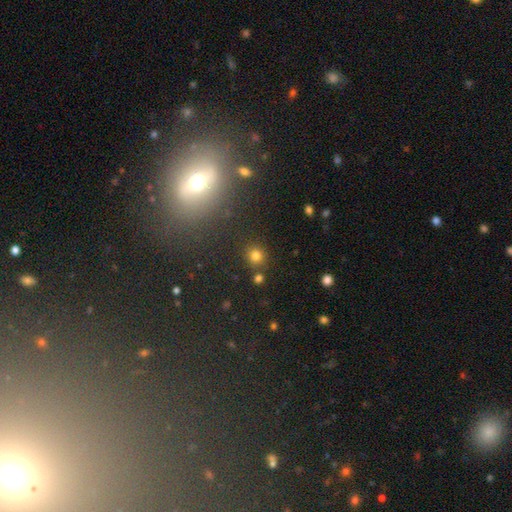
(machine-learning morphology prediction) This is likely a smooth galaxy (78%). How rounded: clearly round (89%). Merging: clearly none (82%).